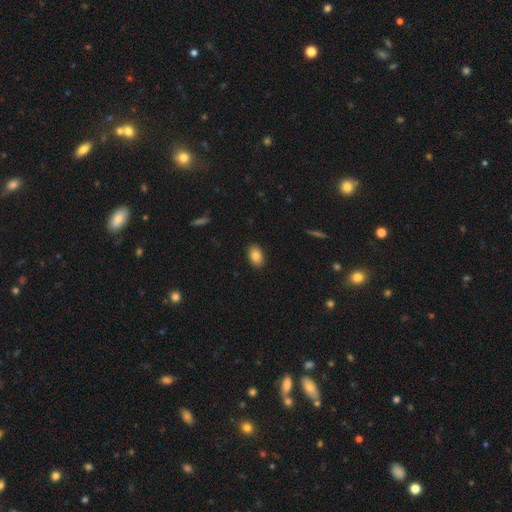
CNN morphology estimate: Smooth or featured: smooth — 85% (star or artifact — 8%)
How rounded: in between — 88% (round — 11%)
Merging: none — 89% (minor disturbance — 8%)